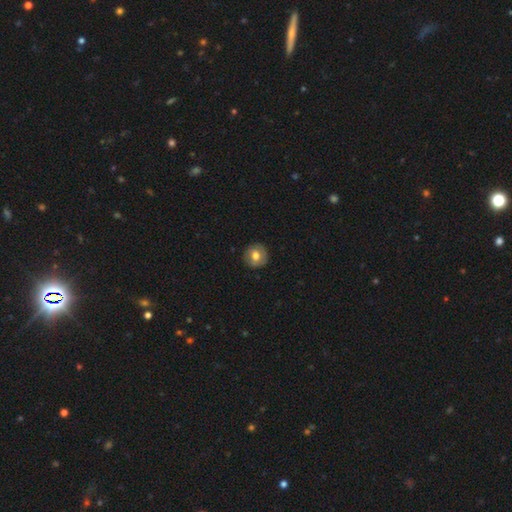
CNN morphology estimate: smooth-or-featured: smooth: 65% | featured or disk: 27% | star or artifact: 7%
  how-rounded: round: 92% | in between: 7% | cigar-shaped: 1%
  merging: none: 87% | minor disturbance: 9% | major disturbance: 2% | merger: 1%